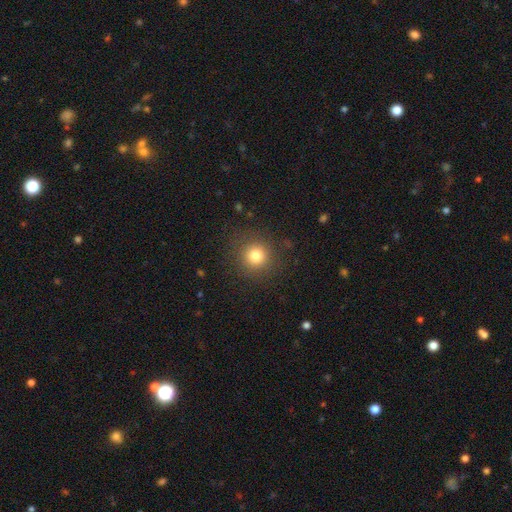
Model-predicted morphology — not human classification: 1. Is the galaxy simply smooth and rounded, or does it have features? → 79% smooth, 13% star or artifact, 7% featured or disk.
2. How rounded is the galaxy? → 93% round, 6% in between, 1% cigar-shaped.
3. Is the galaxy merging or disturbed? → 87% none, 8% minor disturbance, 4% major disturbance, 1% merger.